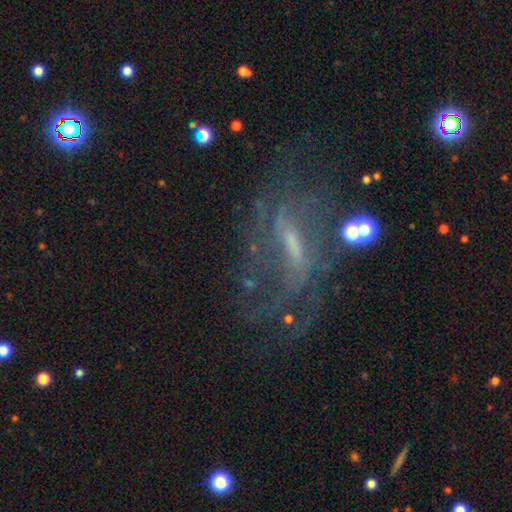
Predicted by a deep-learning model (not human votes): This appears to be a featured or disk galaxy (76%) with a weak bar (44%), loose (39%) spiral arms (79%) and a small central bulge (46%). Merging: none (51%).